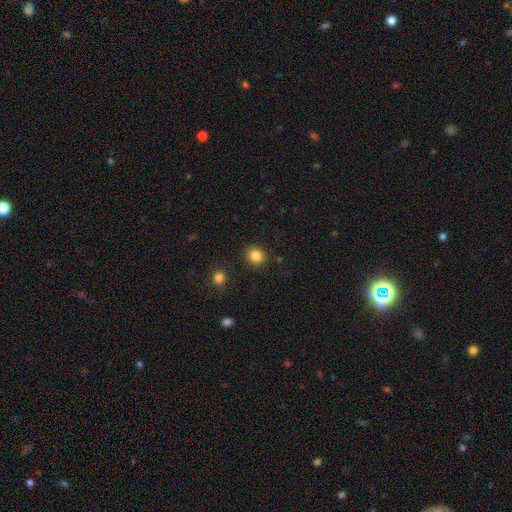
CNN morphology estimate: This is clearly a smooth galaxy (85%). How rounded: clearly round (84%). Merging: clearly none (90%).